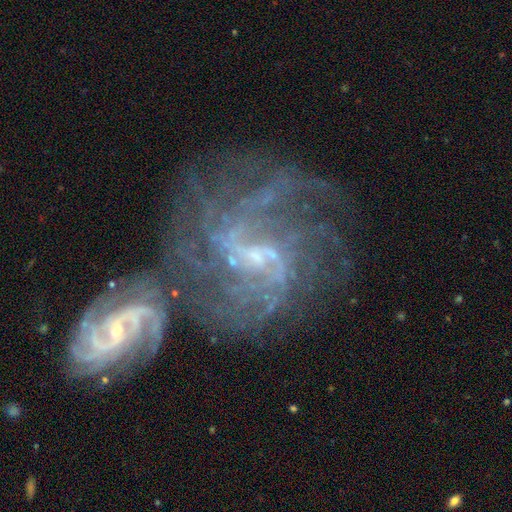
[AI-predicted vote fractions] Overall: featured or disk (84%). Edge-on disk: no (98%). Bar: weak (49%; no 31%). Spiral arms: yes (92%). Spiral arm count: can't tell (31%; 2 22%). Spiral winding: medium (43%; tight 34%). Bulge size: small (64%). Merging: merger (51%; none 24%).